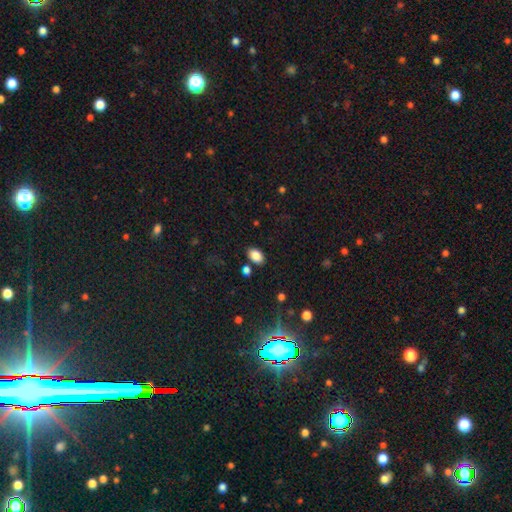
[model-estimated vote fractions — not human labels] smooth 86%, star or artifact 9%, featured or disk 5%. Down the decision tree: how rounded — in between (89%); merging — none (84%).